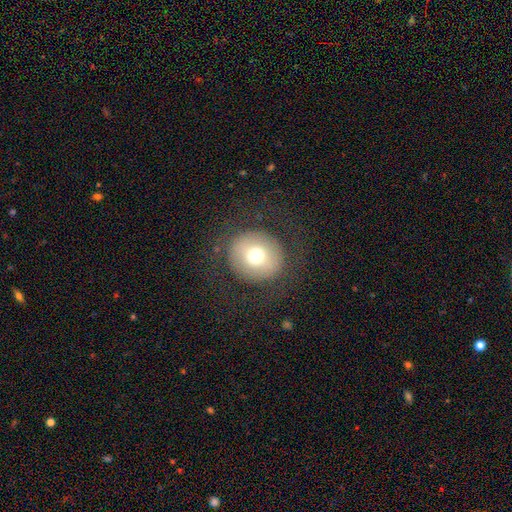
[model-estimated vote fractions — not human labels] Smooth or featured?
  - smooth: 68% *
  - featured or disk: 20%
  - star or artifact: 12%
How rounded?
  - round: 91% *
  - in between: 8%
  - cigar-shaped: 1%
Merging?
  - none: 81% *
  - minor disturbance: 9%
  - major disturbance: 9%
  - merger: 1%